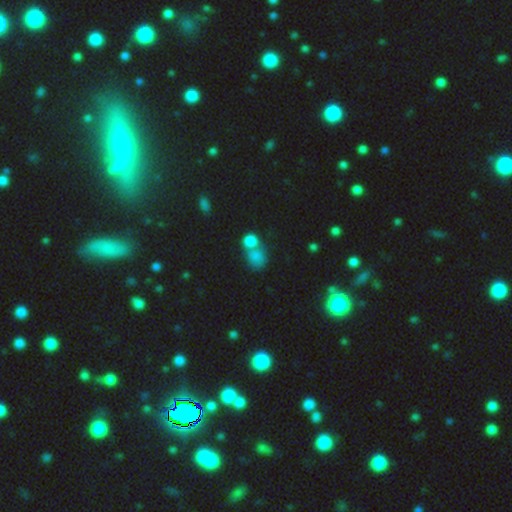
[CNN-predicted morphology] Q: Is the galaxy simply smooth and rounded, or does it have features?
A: smooth — 74%.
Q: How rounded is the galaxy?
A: round — 69%.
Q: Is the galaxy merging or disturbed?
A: merger — 51%.